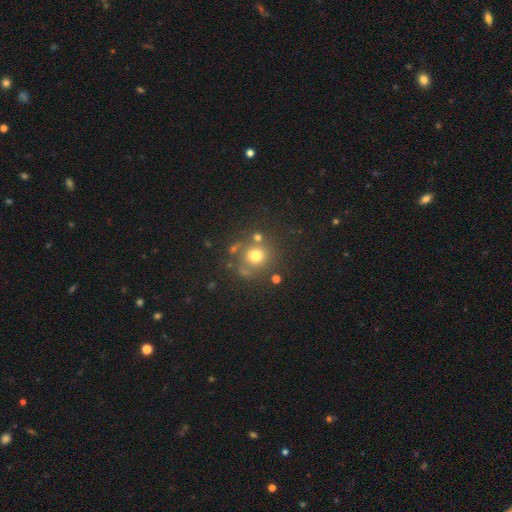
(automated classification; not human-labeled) smooth 67%, star or artifact 18%, featured or disk 15%. Down the decision tree: how rounded — round (86%); merging — none (63%).